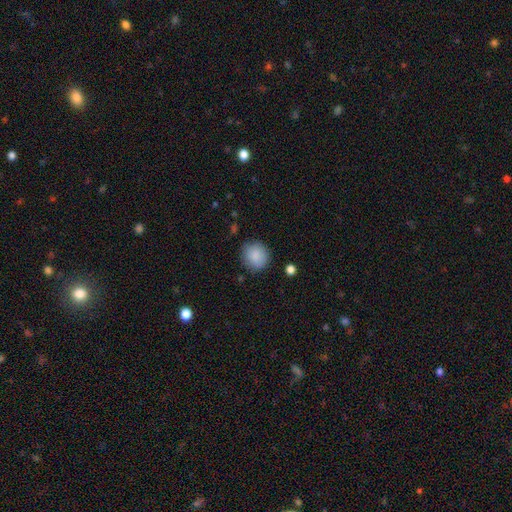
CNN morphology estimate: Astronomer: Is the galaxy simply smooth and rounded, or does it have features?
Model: smooth — 88%.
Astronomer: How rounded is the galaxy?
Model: round — 87%.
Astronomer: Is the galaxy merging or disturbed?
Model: none — 85%.